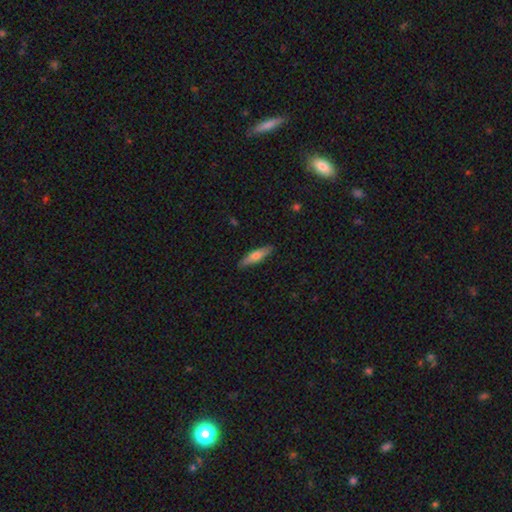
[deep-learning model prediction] smooth 61%, featured or disk 33%, star or artifact 6%. Down the decision tree: how rounded — cigar-shaped (70%); merging — none (88%).